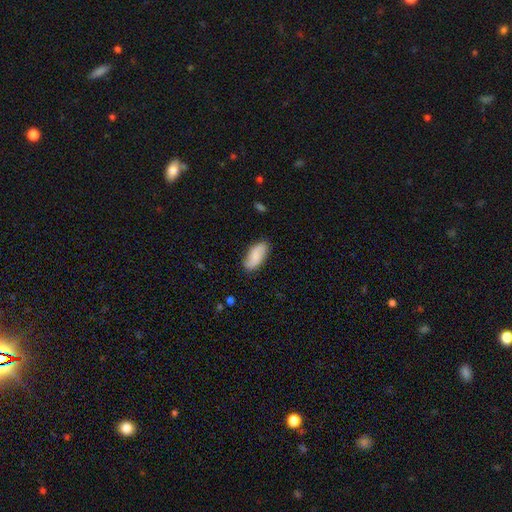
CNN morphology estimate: smooth 66%, featured or disk 27%, star or artifact 7%. Down the decision tree: how rounded — in between (90%); merging — none (82%).